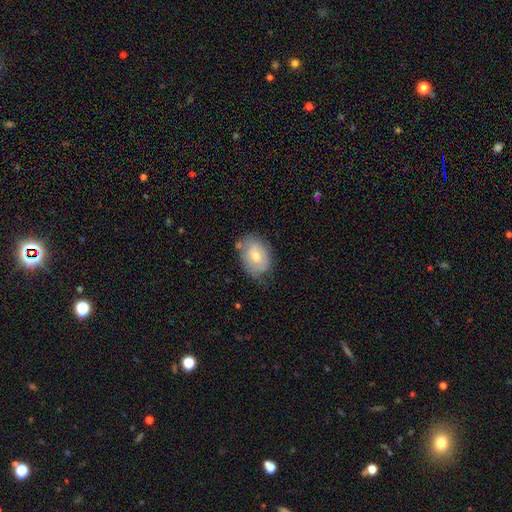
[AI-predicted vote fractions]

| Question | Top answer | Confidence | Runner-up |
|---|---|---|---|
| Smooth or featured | smooth | 58% | featured or disk (34%) |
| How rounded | in between | 76% | round (23%) |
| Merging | none | 63% | minor disturbance (26%) |